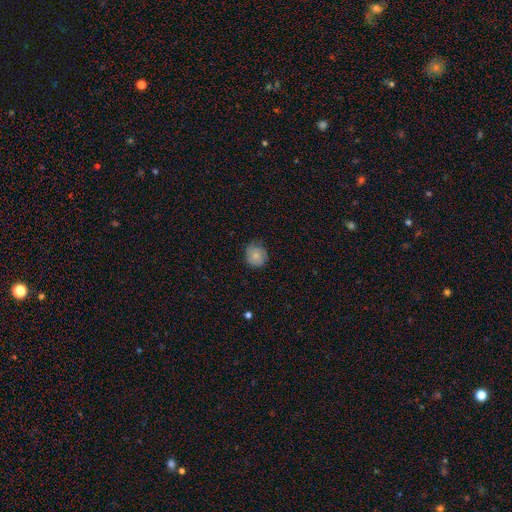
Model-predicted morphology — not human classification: Smooth or featured?
  - smooth: 76% *
  - featured or disk: 16%
  - star or artifact: 8%
How rounded?
  - round: 86% *
  - in between: 13%
  - cigar-shaped: 1%
Merging?
  - none: 76% *
  - minor disturbance: 19%
  - major disturbance: 4%
  - merger: 1%